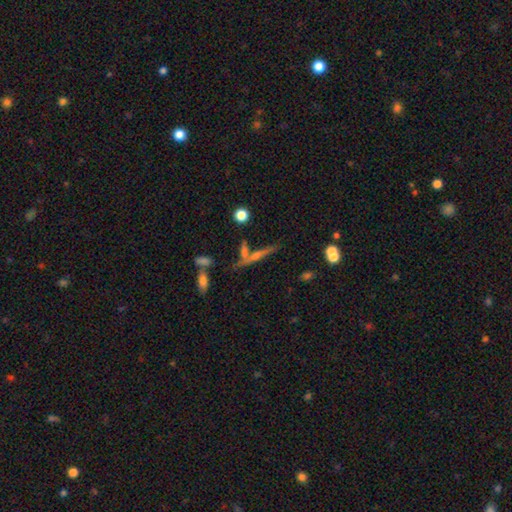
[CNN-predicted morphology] Smooth or featured? featured or disk (60%)
Edge-on disk? yes (91%)
Edge-on bulge? rounded (66%)
Merging? none (65%)